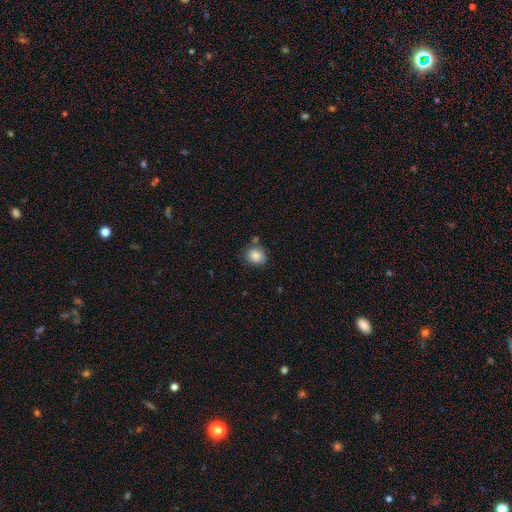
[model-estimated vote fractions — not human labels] smooth-or-featured: smooth: 86% | star or artifact: 9% | featured or disk: 6%
  how-rounded: round: 69% | in between: 30% | cigar-shaped: 1%
  merging: none: 72% | minor disturbance: 16% | merger: 8% | major disturbance: 4%